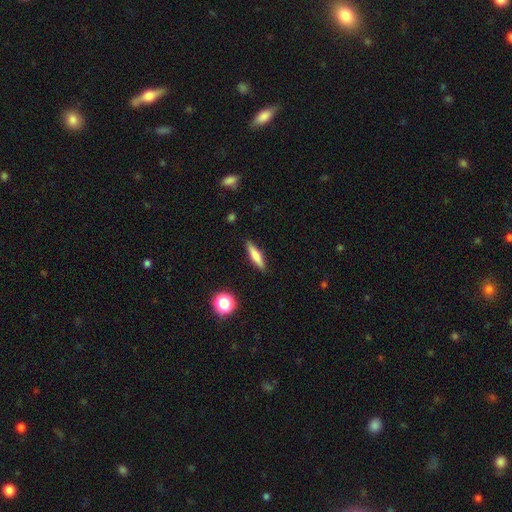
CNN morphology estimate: Smooth or featured? smooth (65%)
How rounded? cigar-shaped (80%)
Merging? none (89%)